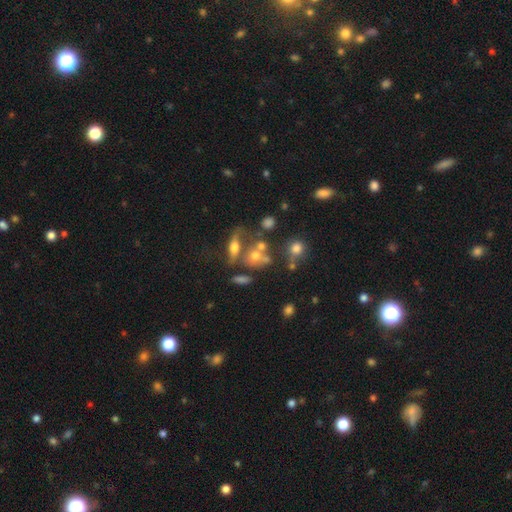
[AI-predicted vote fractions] This is possibly a smooth galaxy (54%). How rounded: possibly round (47%, tied with in between). Merging: marginally merger (40%).